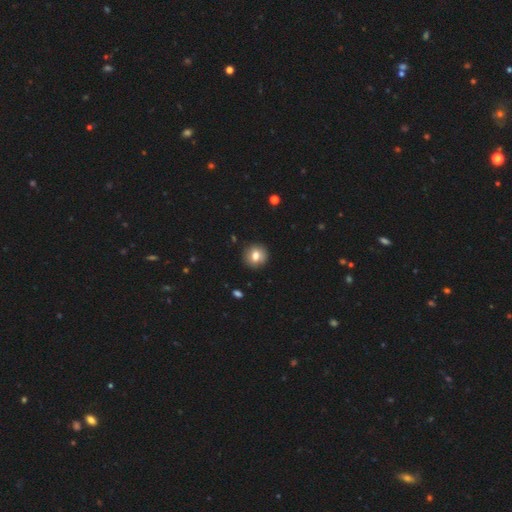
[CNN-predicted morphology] Smooth or featured: smooth — 77% (featured or disk — 13%)
How rounded: round — 87% (in between — 12%)
Merging: none — 90% (minor disturbance — 7%)